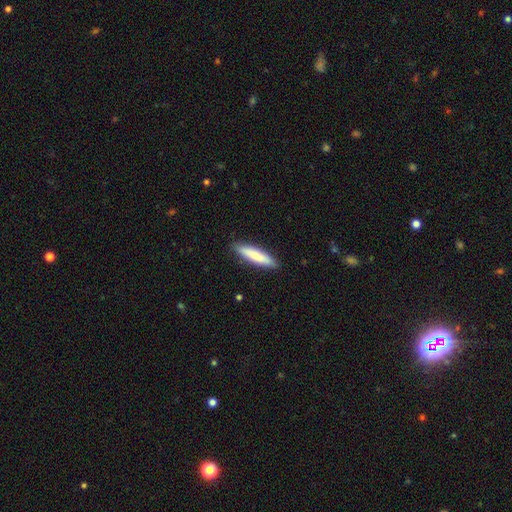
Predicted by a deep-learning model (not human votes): Smooth or featured: smooth — 77% (featured or disk — 18%)
How rounded: cigar-shaped — 81% (in between — 18%)
Merging: none — 89% (minor disturbance — 8%)